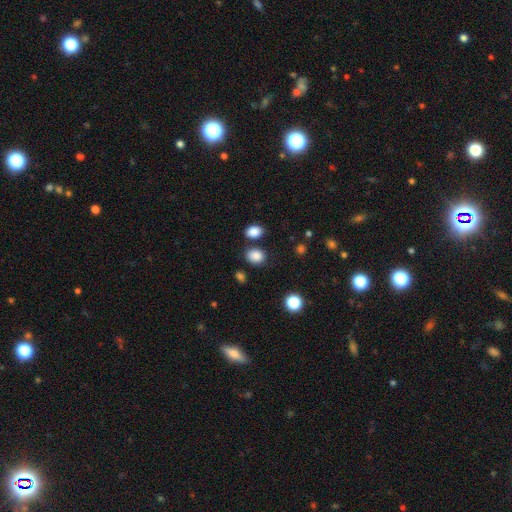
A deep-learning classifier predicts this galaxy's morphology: Smooth or featured?
  - smooth: 85% *
  - star or artifact: 11%
  - featured or disk: 4%
How rounded?
  - round: 51% *
  - in between: 48%
  - cigar-shaped: 1%
Merging?
  - none: 77% *
  - minor disturbance: 11%
  - merger: 9%
  - major disturbance: 4%